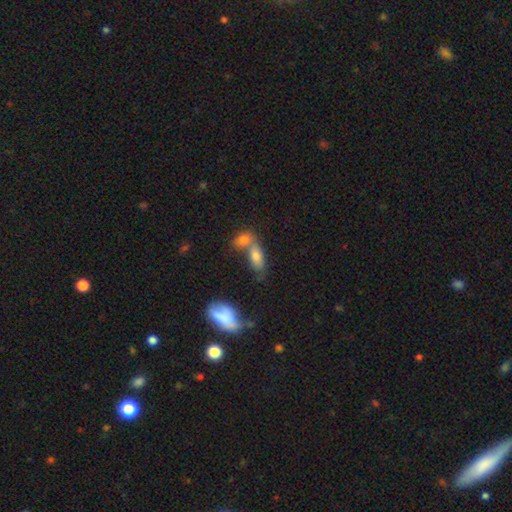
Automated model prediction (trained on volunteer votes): A smooth galaxy with no disk features (72%) that is in between round and cigar-shaped (79%). Merging: merger (49%).